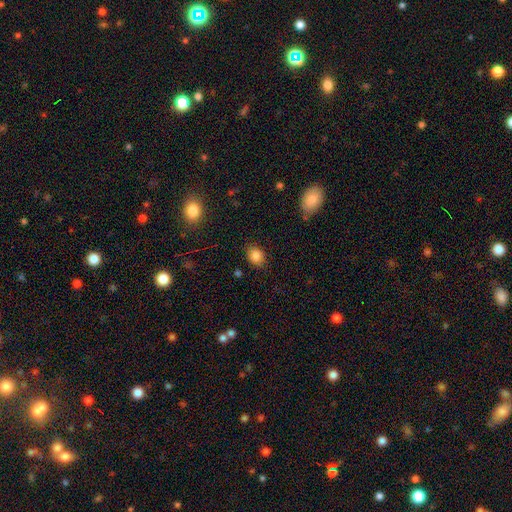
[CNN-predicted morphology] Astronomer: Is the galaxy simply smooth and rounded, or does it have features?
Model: smooth — 86%.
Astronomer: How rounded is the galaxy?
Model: in between — 56% (runner-up: round, 43%).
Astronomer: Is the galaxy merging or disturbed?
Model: none — 85%.